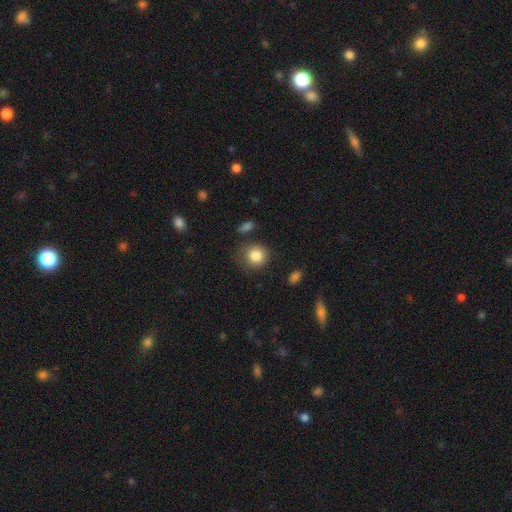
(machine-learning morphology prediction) smooth_or_featured: smooth (p=0.85) [alt: star or artifact p=0.09]
how_rounded: round (p=0.86) [alt: in between p=0.13]
merging: none (p=0.75) [alt: minor disturbance p=0.16]